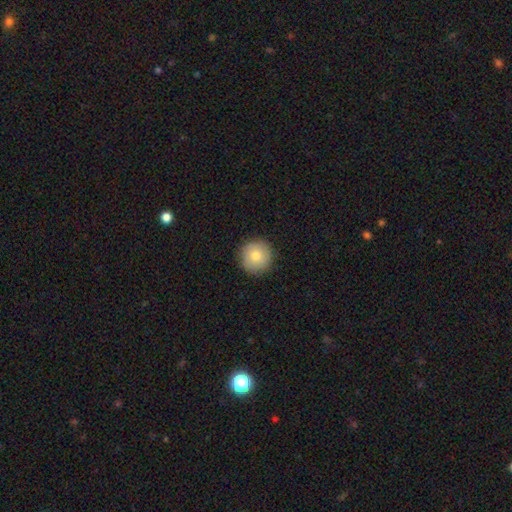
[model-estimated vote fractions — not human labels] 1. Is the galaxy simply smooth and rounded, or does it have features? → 79% smooth, 13% featured or disk, 9% star or artifact.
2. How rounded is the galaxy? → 95% round, 4% in between, 1% cigar-shaped.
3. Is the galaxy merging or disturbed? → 90% none, 7% minor disturbance, 2% major disturbance, 1% merger.